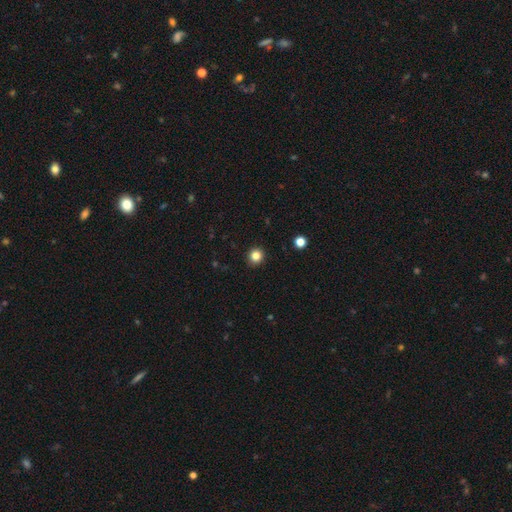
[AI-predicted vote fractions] smooth 84%, star or artifact 12%, featured or disk 4%. Down the decision tree: how rounded — round (91%); merging — none (92%).